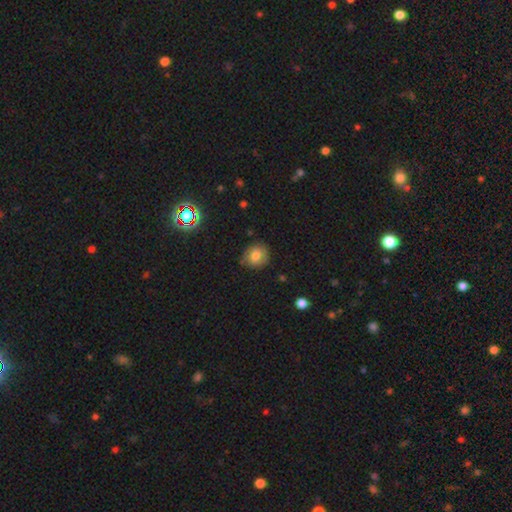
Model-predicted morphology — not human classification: Smooth or featured? Predicted: smooth (p=0.72). How rounded? Predicted: round (p=0.84). Merging? Predicted: none (p=0.77).